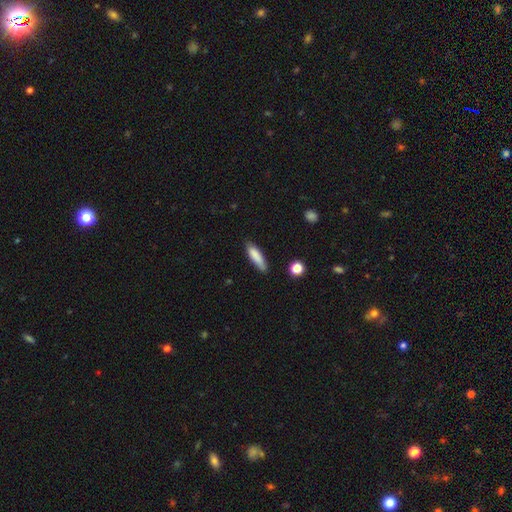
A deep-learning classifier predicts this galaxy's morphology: Overall: smooth (83%). How rounded: cigar-shaped (67%; in between 31%). Merging: none (75%).